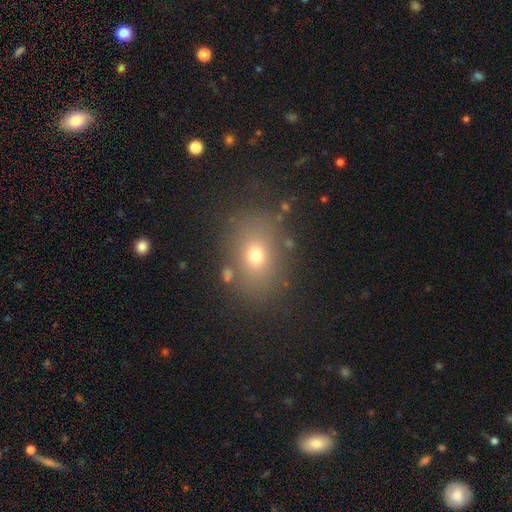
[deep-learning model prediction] Morphology: type=smooth (67%); roundness=in between (61%); merging=none (79%).